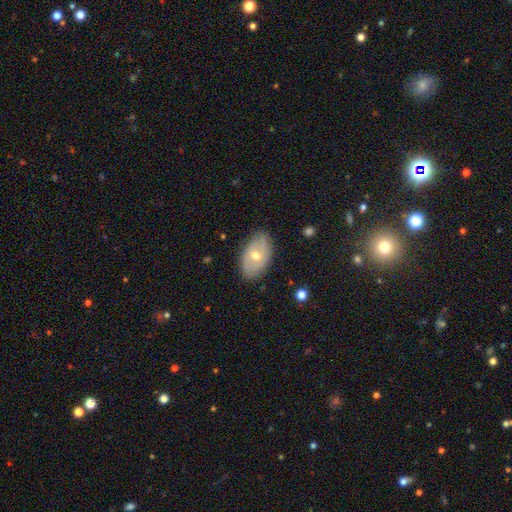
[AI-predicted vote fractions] smooth-or-featured: smooth: 49% | featured or disk: 43% | star or artifact: 7%
  merging: none: 82% | minor disturbance: 14% | major disturbance: 3% | merger: 1%